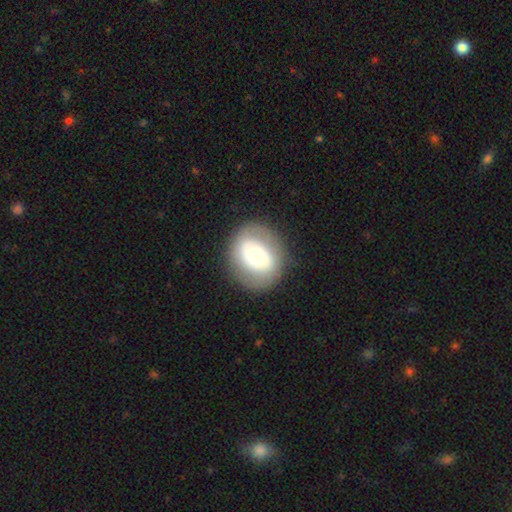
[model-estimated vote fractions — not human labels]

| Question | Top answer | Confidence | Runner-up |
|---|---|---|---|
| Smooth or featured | smooth | 48% | featured or disk (45%) |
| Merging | none | 81% | minor disturbance (12%) |